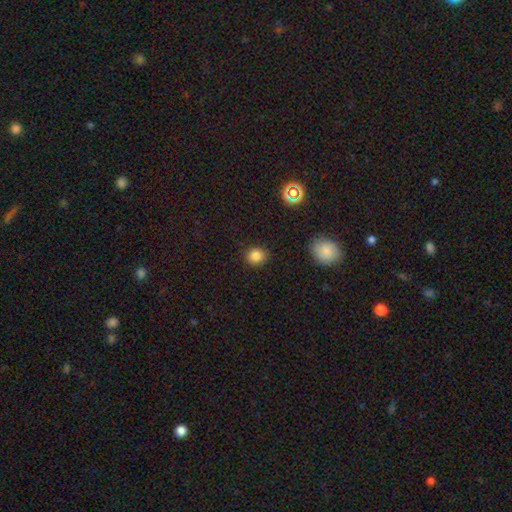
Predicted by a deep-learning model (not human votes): A smooth galaxy with no disk features (84%) that is round (84%).

Vote fractions:
- Smooth or featured? smooth: 84% / star or artifact: 12% / featured or disk: 4%
- How rounded? round: 84% / in between: 15% / cigar-shaped: 1%
- Merging? none: 88% / minor disturbance: 8% / major disturbance: 2% / merger: 1%